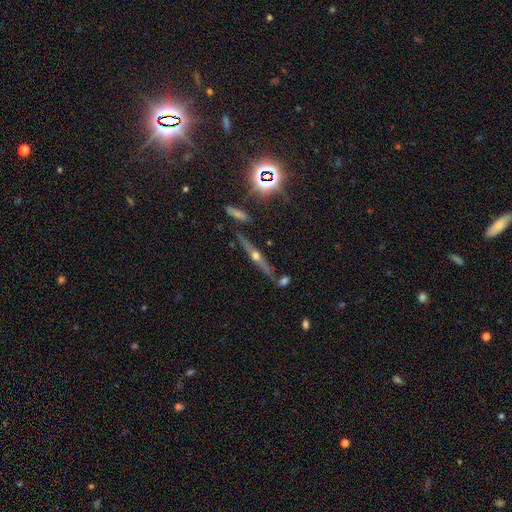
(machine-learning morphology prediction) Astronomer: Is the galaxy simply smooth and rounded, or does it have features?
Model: featured or disk — 74%.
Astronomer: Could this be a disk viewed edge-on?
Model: yes — 96%.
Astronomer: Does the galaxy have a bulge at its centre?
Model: rounded — 93%.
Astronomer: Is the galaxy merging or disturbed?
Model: none — 80%.